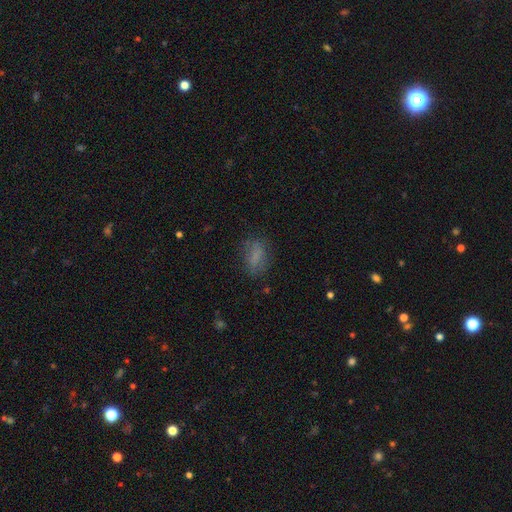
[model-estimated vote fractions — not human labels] This is likely a smooth galaxy (73%). How rounded: likely in between (79%). Merging: likely none (70%).